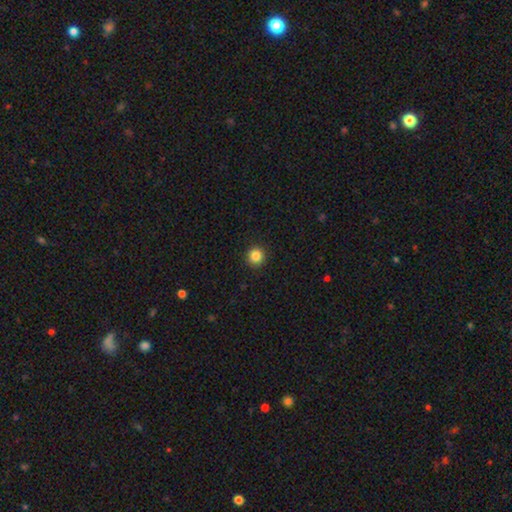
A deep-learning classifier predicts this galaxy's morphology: Smooth or featured? Predicted: smooth (p=0.86). How rounded? Predicted: round (p=0.95). Merging? Predicted: none (p=0.93).